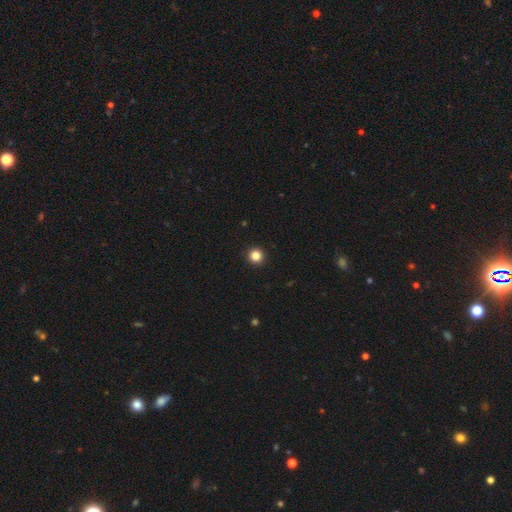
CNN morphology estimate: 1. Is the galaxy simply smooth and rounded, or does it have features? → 84% smooth, 12% star or artifact, 4% featured or disk.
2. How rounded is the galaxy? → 95% round, 4% in between, 1% cigar-shaped.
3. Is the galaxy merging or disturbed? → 94% none, 4% minor disturbance, 1% major disturbance, 1% merger.